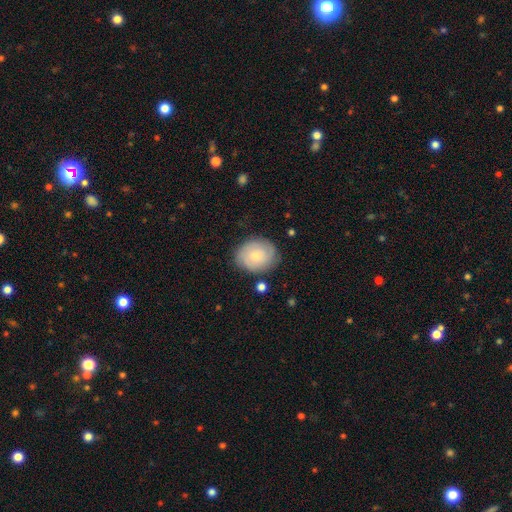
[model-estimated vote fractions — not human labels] Smooth or featured? Predicted: smooth (p=0.58). How rounded? Predicted: round (p=0.64). Merging? Predicted: none (p=0.80).